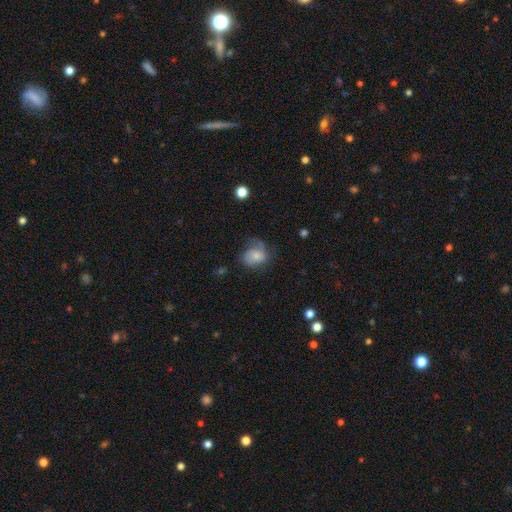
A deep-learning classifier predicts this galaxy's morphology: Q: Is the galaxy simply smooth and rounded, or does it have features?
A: smooth — 60%.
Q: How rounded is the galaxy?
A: in between — 50%.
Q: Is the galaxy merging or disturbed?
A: none — 39%.